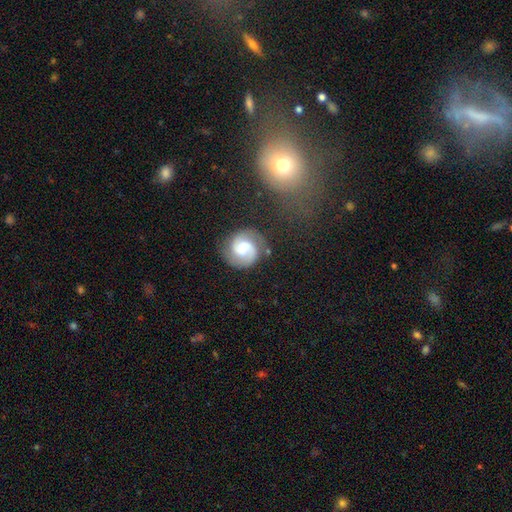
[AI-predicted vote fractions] The model was most divided on "smooth or featured": smooth: 44%, featured or disk: 32%, star or artifact: 25%. More confident: merging — none (77%).